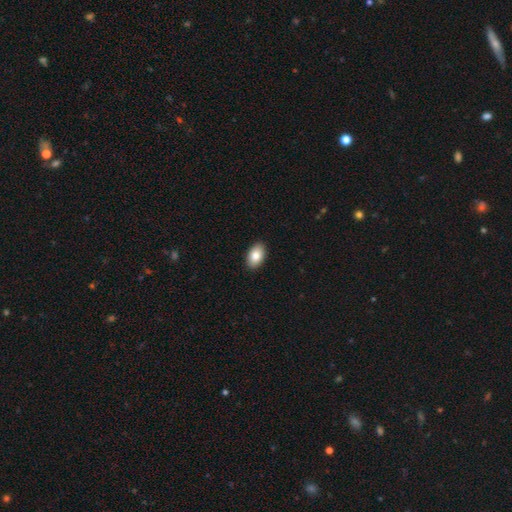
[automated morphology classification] Smooth or featured? Predicted: smooth (p=0.83). How rounded? Predicted: in between (p=0.93). Merging? Predicted: none (p=0.91).